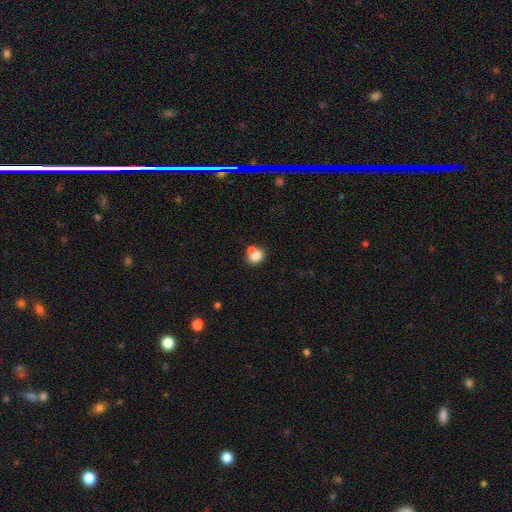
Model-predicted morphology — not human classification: Smooth or featured? Predicted: smooth (p=0.79). How rounded? Predicted: round (p=0.51). Merging? Predicted: none (p=0.43).